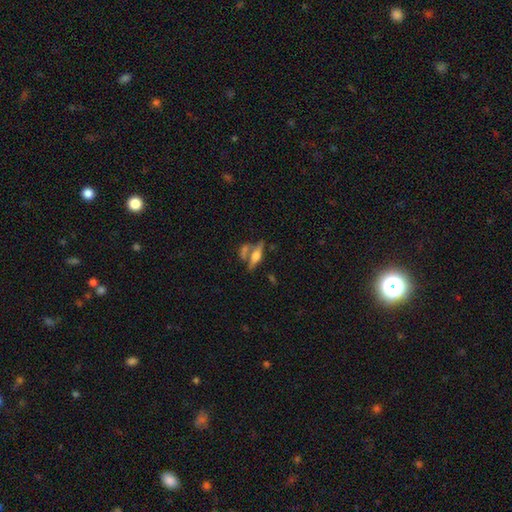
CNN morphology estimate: This appears to be a featured or disk galaxy (57%) viewed edge-on (90%) with a rounded central bulge (88%). Merging: none (56%).